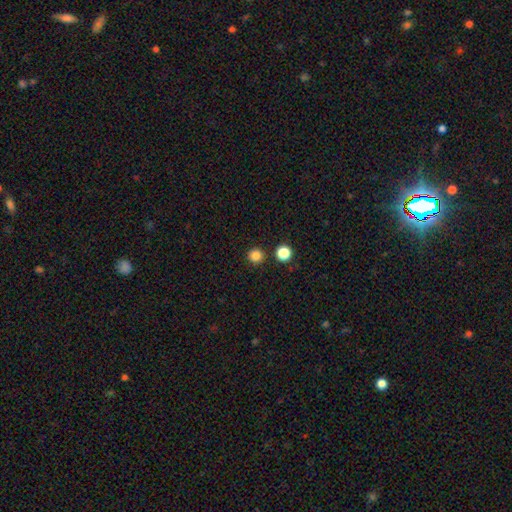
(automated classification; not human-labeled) This appears to be a smooth galaxy with no disk features (84%) that is round (96%). Merging: none (90%).